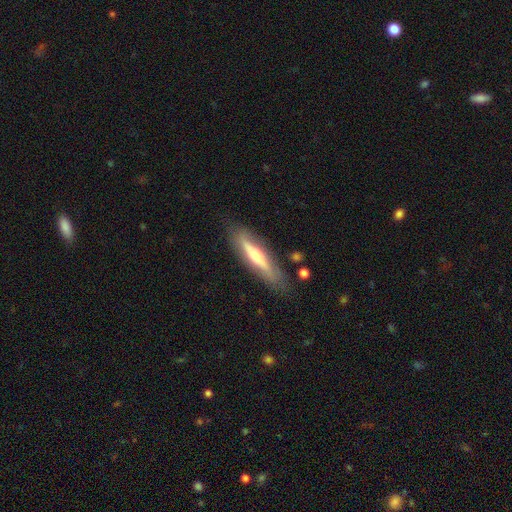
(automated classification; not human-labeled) smooth-or-featured: featured or disk: 56% | smooth: 38% | star or artifact: 6%
  disk-edge-on: yes: 82% | no: 18%
  merging: none: 80% | minor disturbance: 14% | major disturbance: 4% | merger: 2%